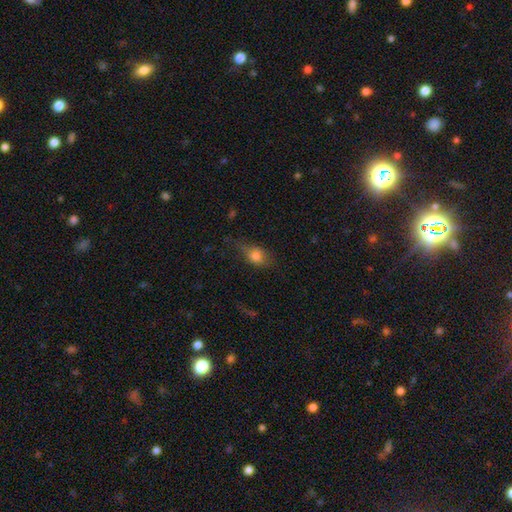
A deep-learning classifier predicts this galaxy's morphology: Smooth or featured?
  - smooth: 70% *
  - featured or disk: 19%
  - star or artifact: 11%
How rounded?
  - in between: 68% *
  - round: 25%
  - cigar-shaped: 7%
Merging?
  - none: 56% *
  - minor disturbance: 29%
  - major disturbance: 13%
  - merger: 2%